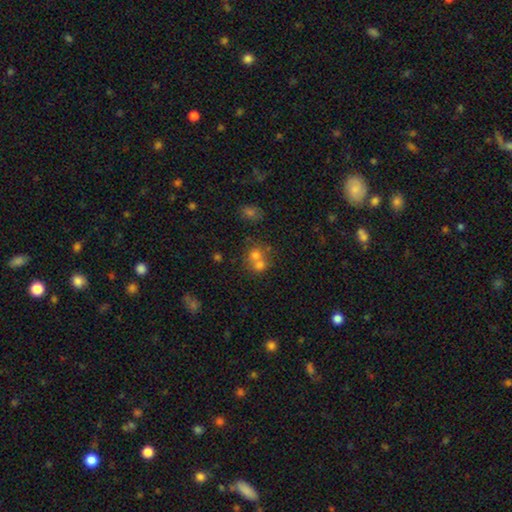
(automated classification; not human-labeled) A smooth galaxy with no disk features (66%) that is round (77%). Merging: merger (59%).